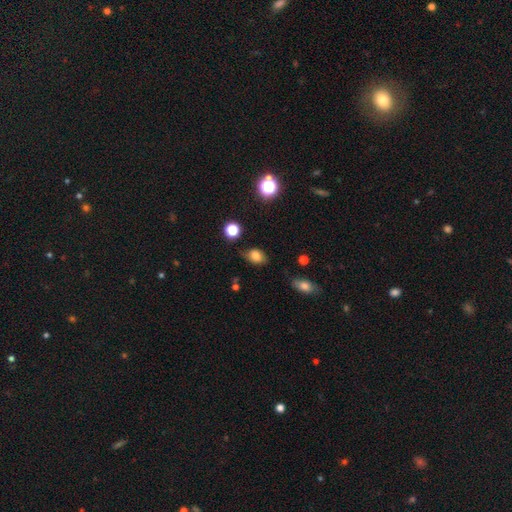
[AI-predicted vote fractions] Morphology: type=smooth (77%); roundness=in between (75%); merging=none (71%).